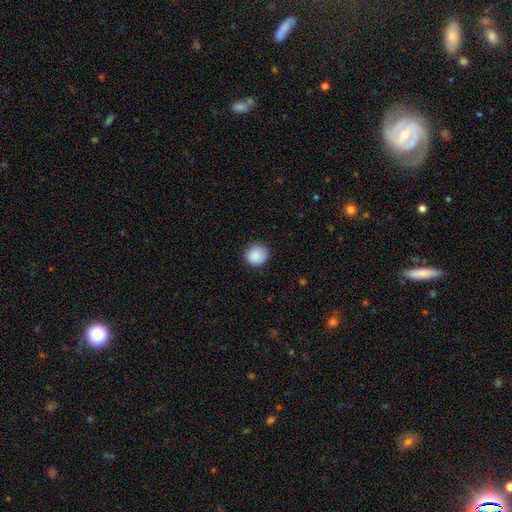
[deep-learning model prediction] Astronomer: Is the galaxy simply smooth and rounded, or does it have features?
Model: smooth — 88%.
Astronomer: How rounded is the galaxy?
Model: round — 90%.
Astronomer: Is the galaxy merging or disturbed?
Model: none — 85%.